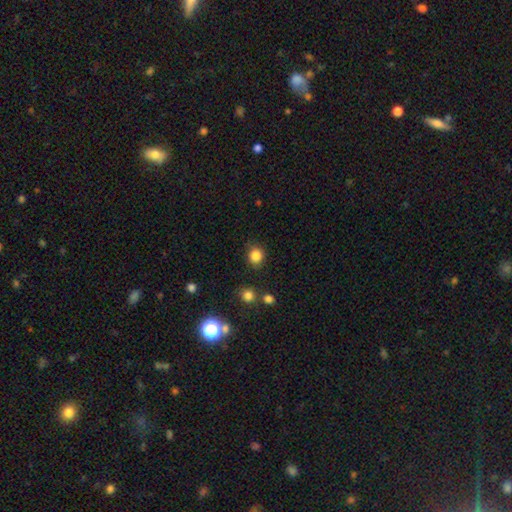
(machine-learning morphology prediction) This appears to be a smooth galaxy with no disk features (84%) that is round (81%). Merging: none (83%).